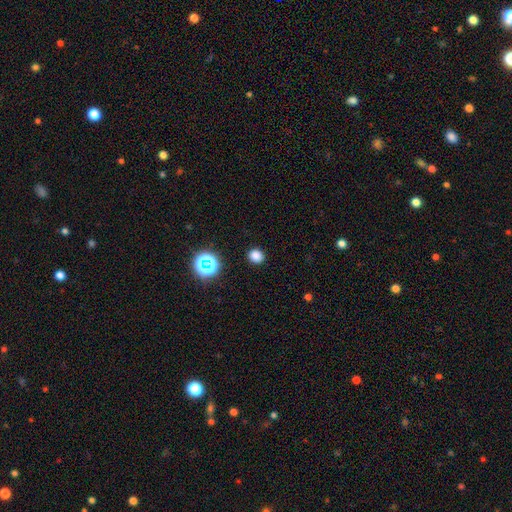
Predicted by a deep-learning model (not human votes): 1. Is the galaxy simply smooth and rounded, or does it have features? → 80% smooth, 16% star or artifact, 4% featured or disk.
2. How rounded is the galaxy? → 80% round, 19% in between, 1% cigar-shaped.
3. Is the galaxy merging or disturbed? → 91% none, 6% minor disturbance, 2% major disturbance, 1% merger.